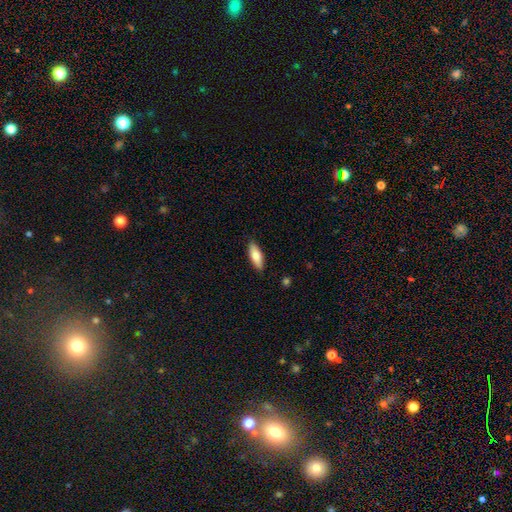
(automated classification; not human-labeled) A smooth galaxy with no disk features (79%) that is in between round and cigar-shaped (62%). Merging: none (88%).